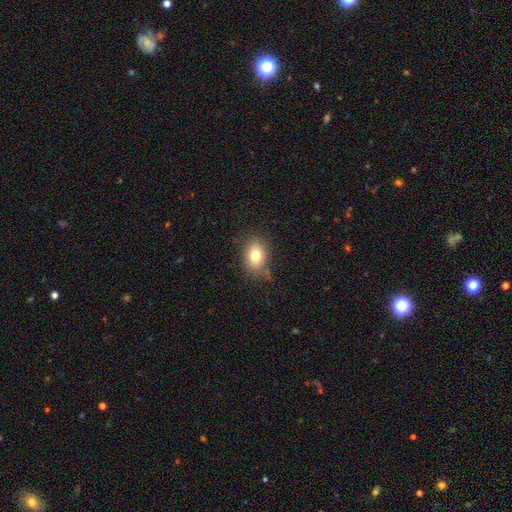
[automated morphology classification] Smooth or featured? Predicted: smooth (p=0.78). How rounded? Predicted: in between (p=0.72). Merging? Predicted: none (p=0.80).